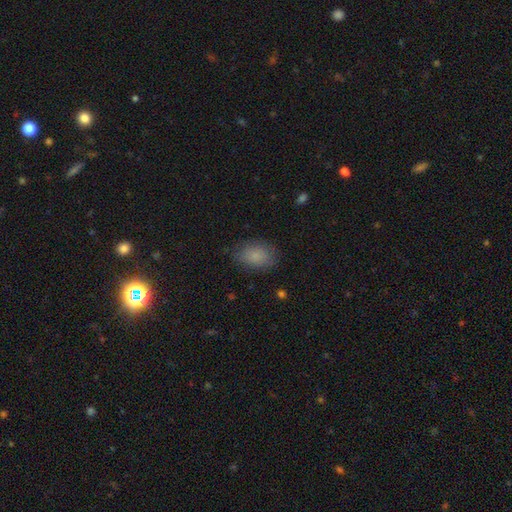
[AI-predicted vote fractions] Smooth or featured? Predicted: smooth (p=0.84). How rounded? Predicted: in between (p=0.83). Merging? Predicted: none (p=0.78).